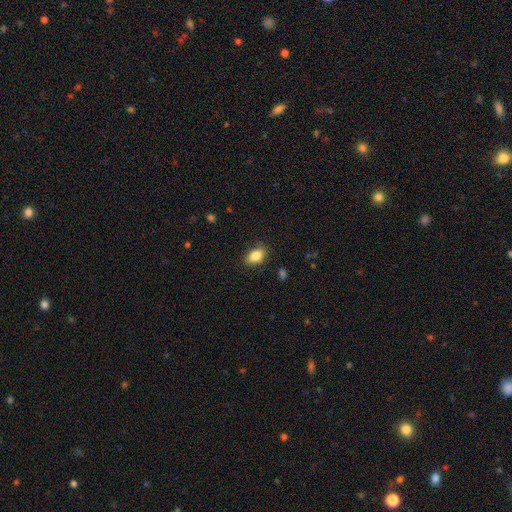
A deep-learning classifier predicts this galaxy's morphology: A smooth galaxy with no disk features (86%) that is in between round and cigar-shaped (87%). Merging: none (84%).